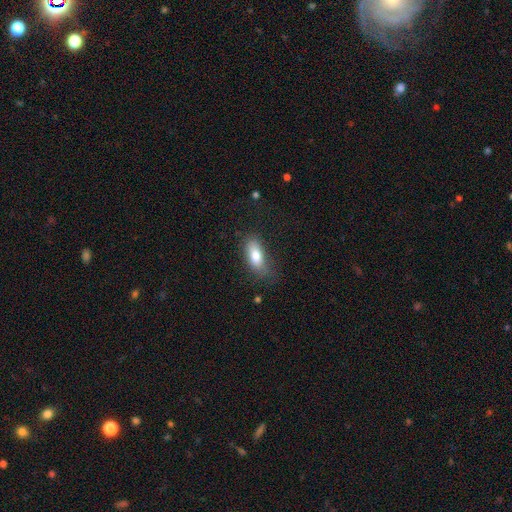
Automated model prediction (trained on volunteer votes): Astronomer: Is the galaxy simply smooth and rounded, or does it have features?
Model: smooth — 78%.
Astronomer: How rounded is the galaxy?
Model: in between — 83%.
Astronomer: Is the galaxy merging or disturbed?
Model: none — 68%.